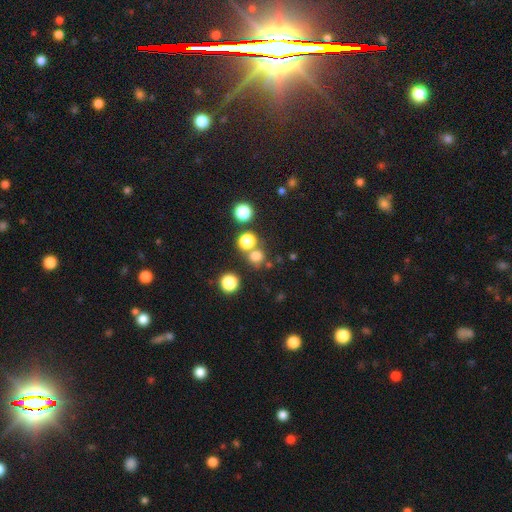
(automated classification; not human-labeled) smooth 72%, star or artifact 21%, featured or disk 7%. Down the decision tree: how rounded — round (90%); merging — none (66%).